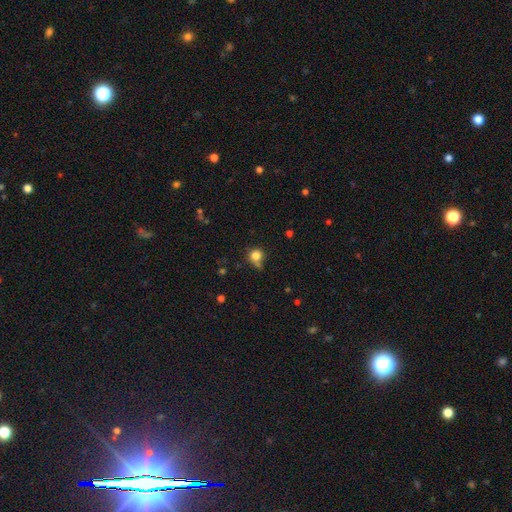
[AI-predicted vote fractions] This is clearly a smooth galaxy (80%). How rounded: clearly round (88%). Merging: possibly none (57%).